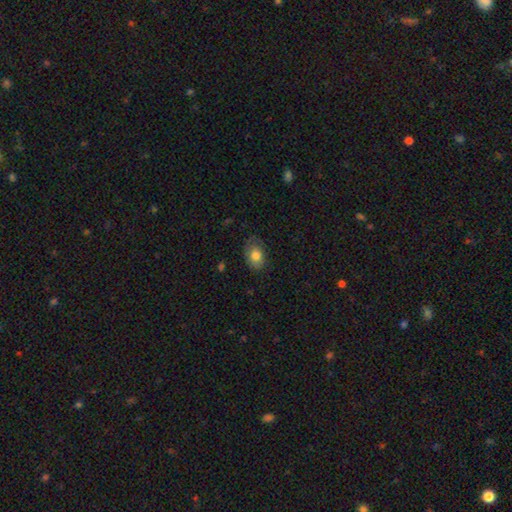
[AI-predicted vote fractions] A smooth galaxy with no disk features (76%) that is in between round and cigar-shaped (80%).

Vote fractions:
- Smooth or featured? smooth: 76% / featured or disk: 17% / star or artifact: 8%
- How rounded? in between: 80% / round: 19% / cigar-shaped: 1%
- Merging? none: 69% / minor disturbance: 23% / major disturbance: 7% / merger: 1%